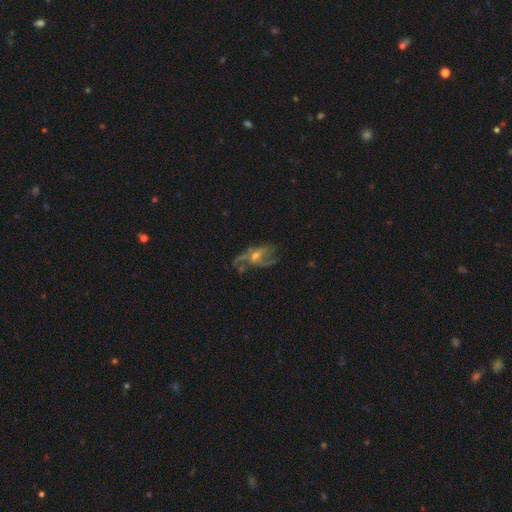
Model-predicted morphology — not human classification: Smooth or featured: featured or disk — 79% (smooth — 11%)
Edge-on disk: no — 95% (yes — 5%)
Bar: no — 49% (weak — 39%)
Spiral arms: yes — 86% (no — 14%)
Spiral winding: loose — 51% (medium — 36%)
Spiral arm count: 2 — 42% (3 — 23%)
Bulge size: small — 52% (moderate — 40%)
Merging: none — 53% (major disturbance — 24%)